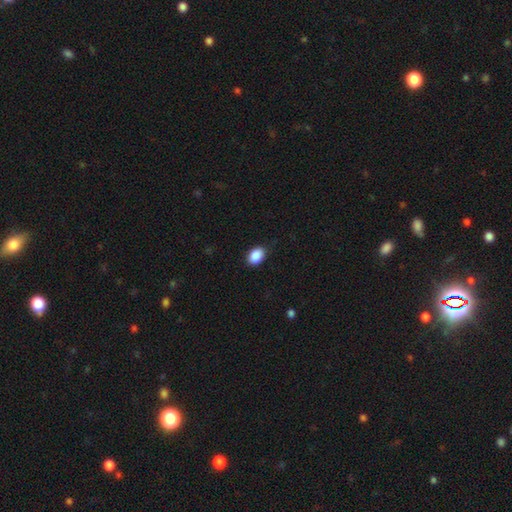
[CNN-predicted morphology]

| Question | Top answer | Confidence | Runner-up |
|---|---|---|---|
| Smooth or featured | smooth | 89% | star or artifact (7%) |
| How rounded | in between | 83% | round (16%) |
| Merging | none | 86% | minor disturbance (11%) |